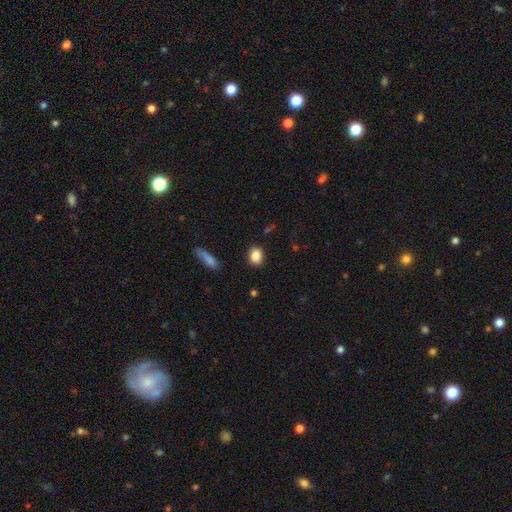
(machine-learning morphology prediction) Q: Smooth or featured?
A: smooth (87%); runner-up: star or artifact (8%)
Q: How rounded?
A: in between (58%); runner-up: round (40%)
Q: Merging?
A: none (86%); runner-up: minor disturbance (10%)